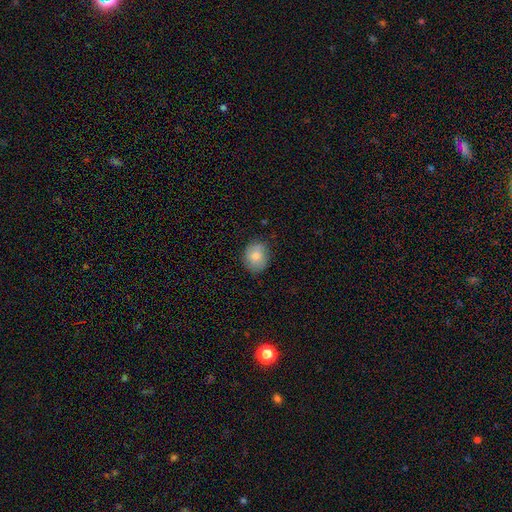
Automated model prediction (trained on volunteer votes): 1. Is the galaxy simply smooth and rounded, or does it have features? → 79% smooth, 13% featured or disk, 8% star or artifact.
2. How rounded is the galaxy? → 59% round, 41% in between, 1% cigar-shaped.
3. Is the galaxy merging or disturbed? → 79% none, 17% minor disturbance, 3% major disturbance, 1% merger.